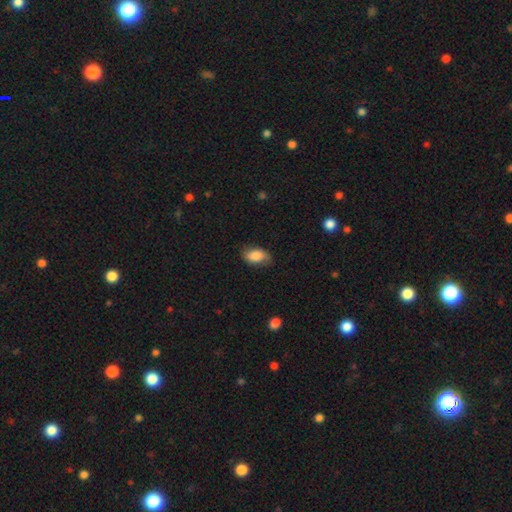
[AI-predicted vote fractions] Smooth or featured? smooth (83%)
How rounded? in between (90%)
Merging? none (76%)